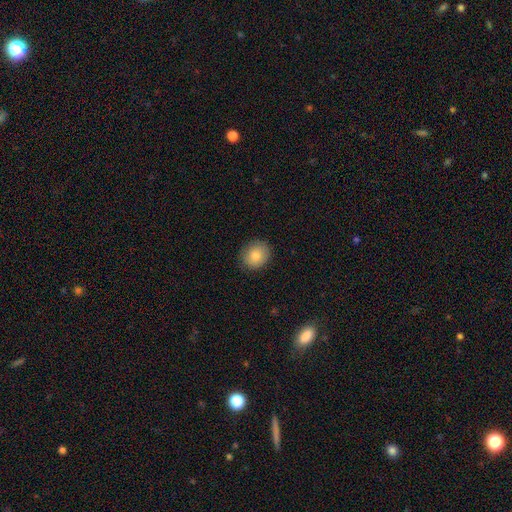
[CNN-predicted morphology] smooth 84%, star or artifact 8%, featured or disk 8%. Down the decision tree: how rounded — round (68%); merging — none (87%).